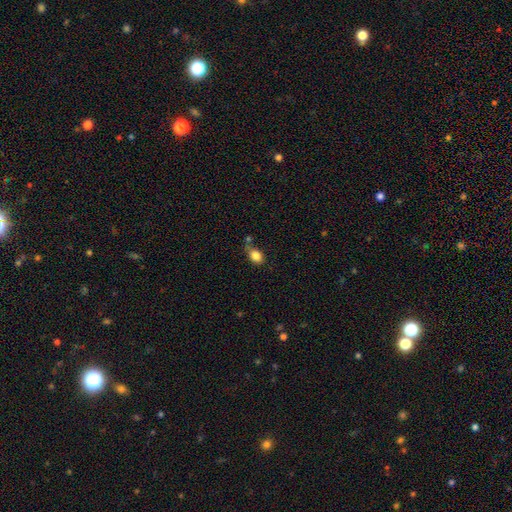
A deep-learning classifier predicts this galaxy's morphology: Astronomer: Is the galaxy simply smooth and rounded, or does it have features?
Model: smooth — 85%.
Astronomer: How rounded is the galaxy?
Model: in between — 73%.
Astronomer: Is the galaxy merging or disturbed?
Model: none — 54%.